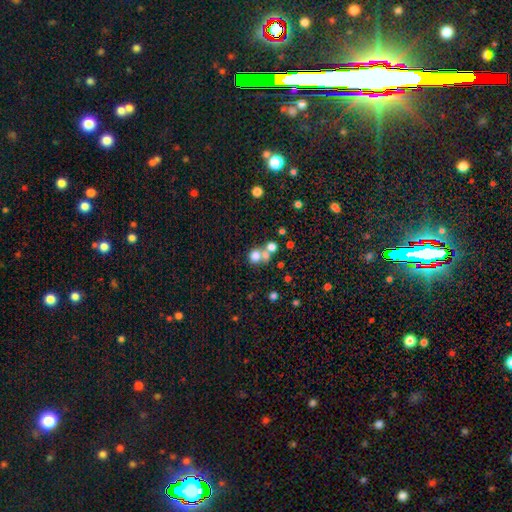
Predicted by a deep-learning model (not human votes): The model was most divided on "merging": merger: 50%, none: 39%, minor disturbance: 6%, major disturbance: 5%. More confident: how rounded — round (82%); smooth or featured — smooth (71%).